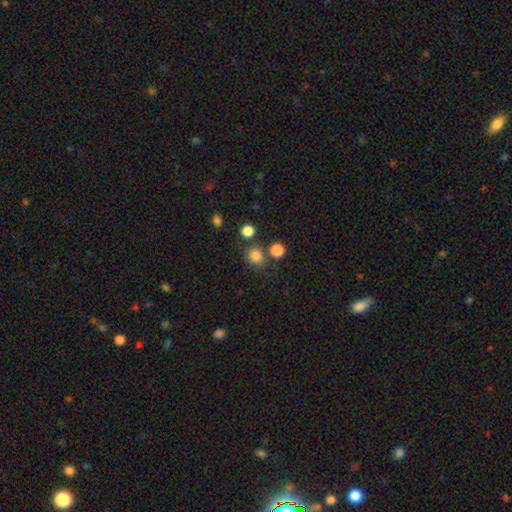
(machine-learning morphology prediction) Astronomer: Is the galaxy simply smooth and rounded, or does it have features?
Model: smooth — 82%.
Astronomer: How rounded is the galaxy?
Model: round — 80%.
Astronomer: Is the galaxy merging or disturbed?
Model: none — 73%.